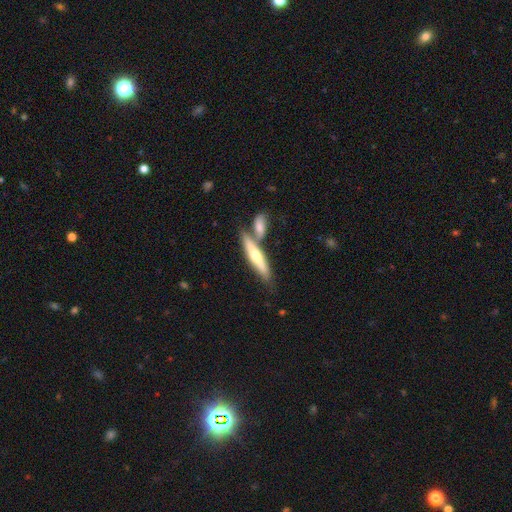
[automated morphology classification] Q: Smooth or featured?
A: featured or disk (50%); runner-up: smooth (44%)
Q: Edge-on disk?
A: yes (89%); runner-up: no (11%)
Q: Merging?
A: none (54%); runner-up: merger (32%)